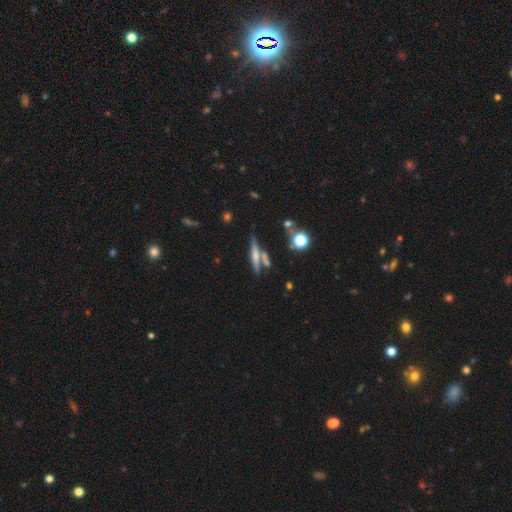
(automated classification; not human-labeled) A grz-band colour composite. It shows a featured or disk galaxy (51%) viewed edge-on (92%). Merging: none (62%).